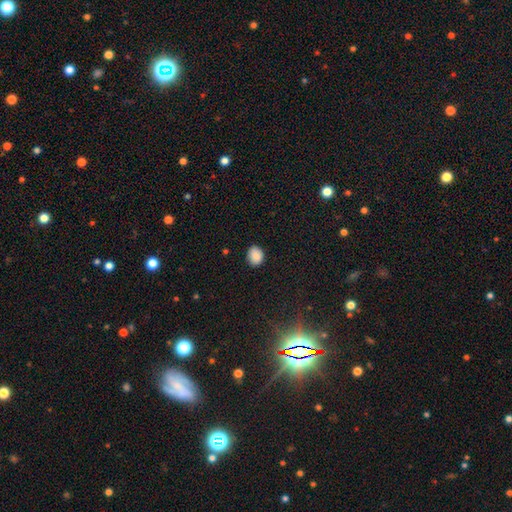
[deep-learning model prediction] Smooth or featured? smooth (88%)
How rounded? round (57%)
Merging? none (86%)